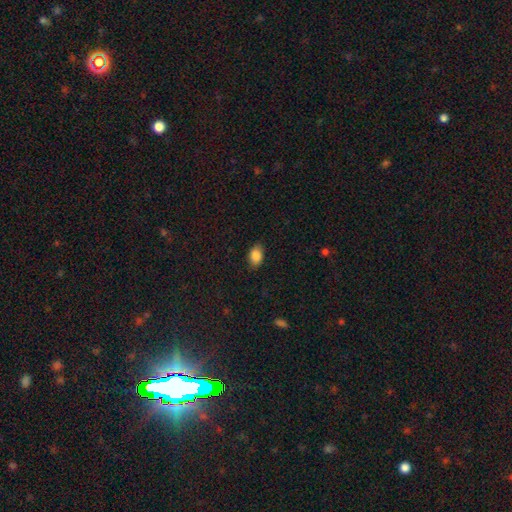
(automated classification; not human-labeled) Smooth or featured?
  - smooth: 87% *
  - star or artifact: 8%
  - featured or disk: 5%
How rounded?
  - in between: 85% *
  - round: 14%
  - cigar-shaped: 2%
Merging?
  - none: 84% *
  - minor disturbance: 13%
  - major disturbance: 3%
  - merger: 1%